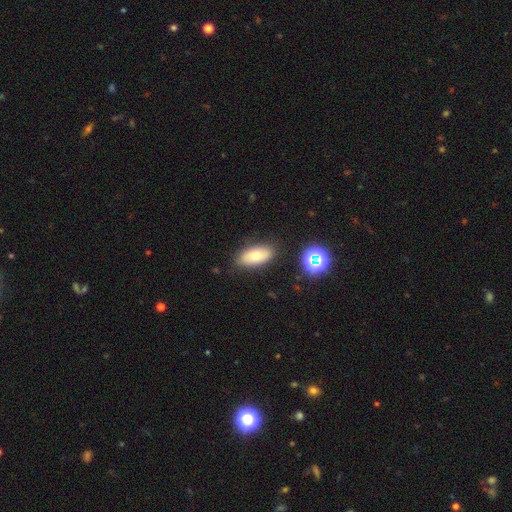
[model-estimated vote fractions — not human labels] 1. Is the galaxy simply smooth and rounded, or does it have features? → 71% smooth, 20% featured or disk, 10% star or artifact.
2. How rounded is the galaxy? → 88% in between, 8% cigar-shaped, 4% round.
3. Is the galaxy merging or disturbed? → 82% none, 12% minor disturbance, 3% major disturbance, 3% merger.